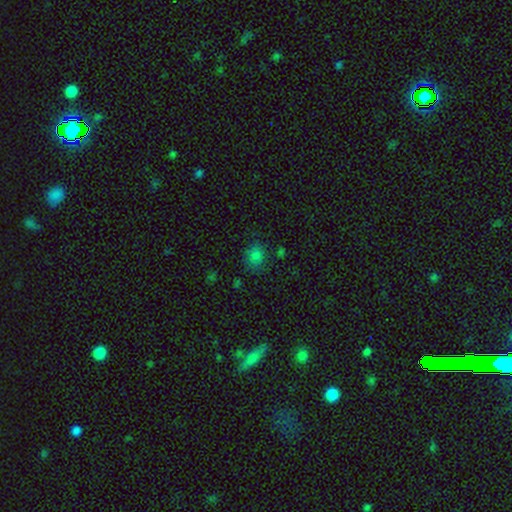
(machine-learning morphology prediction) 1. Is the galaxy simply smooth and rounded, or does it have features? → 78% smooth, 16% star or artifact, 6% featured or disk.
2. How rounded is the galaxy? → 62% round, 37% in between, 1% cigar-shaped.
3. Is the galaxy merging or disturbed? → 77% none, 16% minor disturbance, 4% major disturbance, 3% merger.